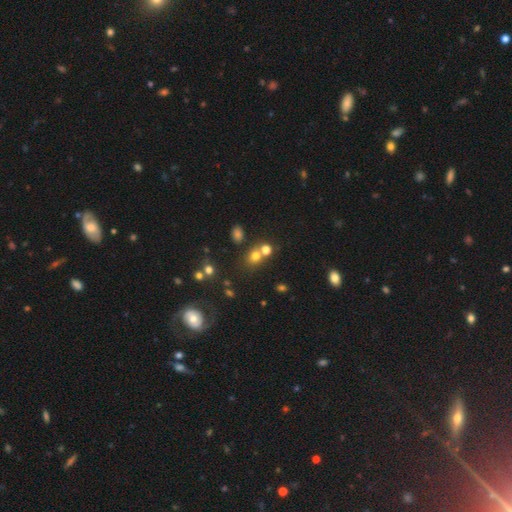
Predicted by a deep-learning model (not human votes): smooth-or-featured: smooth: 67% | star or artifact: 22% | featured or disk: 11%
  how-rounded: round: 69% | in between: 29% | cigar-shaped: 1%
  merging: none: 53% | merger: 32% | minor disturbance: 10% | major disturbance: 5%